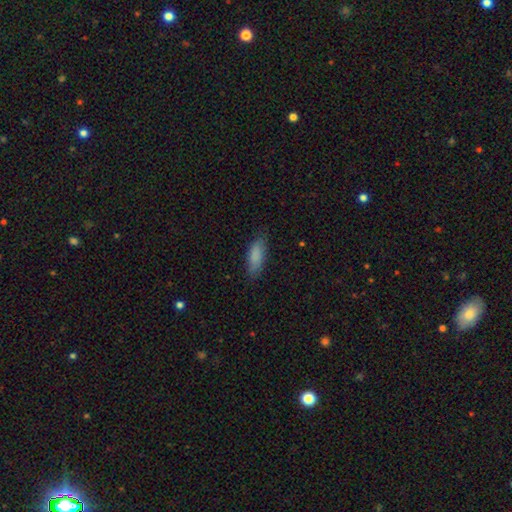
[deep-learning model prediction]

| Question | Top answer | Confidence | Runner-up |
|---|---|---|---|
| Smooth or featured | smooth | 87% | featured or disk (7%) |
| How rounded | in between | 65% | cigar-shaped (33%) |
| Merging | none | 82% | minor disturbance (14%) |